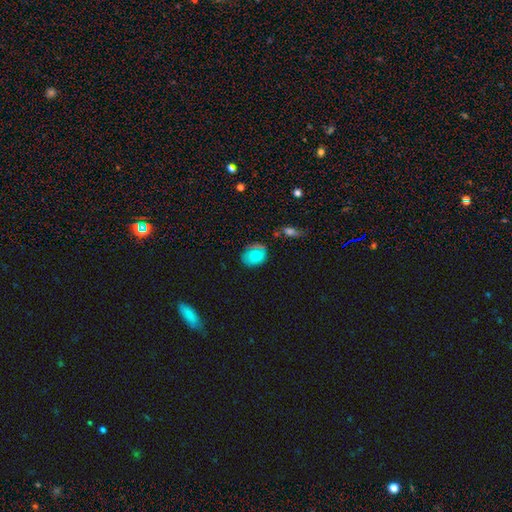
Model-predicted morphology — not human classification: Smooth or featured?
  - smooth: 71% *
  - featured or disk: 19%
  - star or artifact: 9%
How rounded?
  - in between: 60% *
  - round: 39%
  - cigar-shaped: 1%
Merging?
  - none: 65% *
  - minor disturbance: 24%
  - major disturbance: 7%
  - merger: 5%